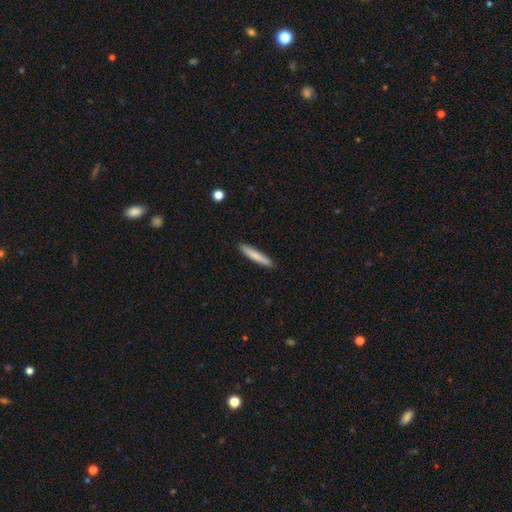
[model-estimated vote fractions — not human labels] smooth_or_featured: smooth (p=0.82) [alt: featured or disk p=0.13]
how_rounded: cigar-shaped (p=0.93) [alt: in between p=0.06]
merging: none (p=0.91) [alt: minor disturbance p=0.07]